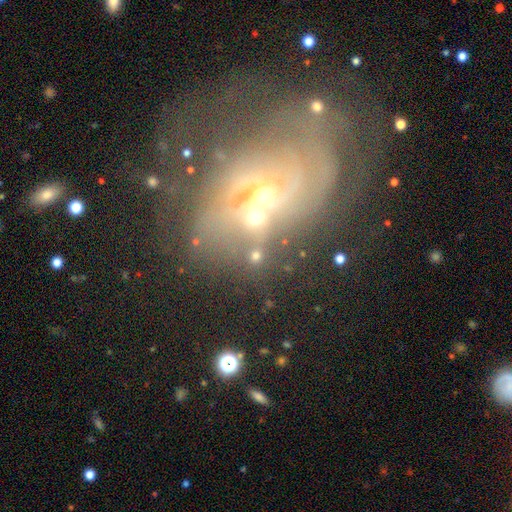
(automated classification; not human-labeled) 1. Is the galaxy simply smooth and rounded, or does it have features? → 65% featured or disk, 18% star or artifact, 16% smooth.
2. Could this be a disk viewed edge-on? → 96% no, 4% yes.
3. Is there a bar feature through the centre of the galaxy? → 67% no, 24% weak, 9% strong.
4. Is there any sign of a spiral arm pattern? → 75% yes, 25% no.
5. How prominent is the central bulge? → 49% small, 40% moderate, 5% none, 4% large, 2% dominant.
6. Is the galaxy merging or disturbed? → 33% none, 32% merger, 22% major disturbance, 14% minor disturbance.